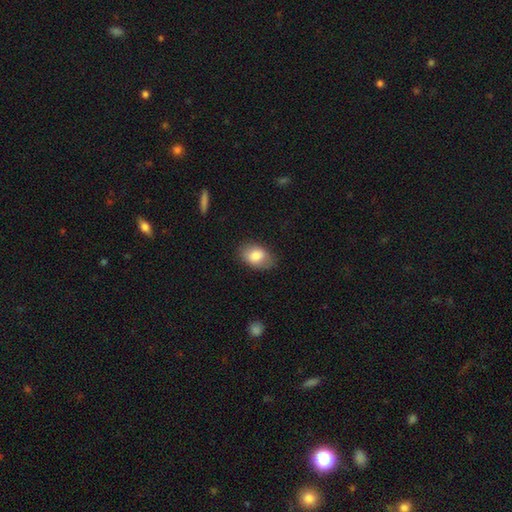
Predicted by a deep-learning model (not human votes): The model was most divided on "merging": none: 75%, minor disturbance: 19%, major disturbance: 5%, merger: 1%. More confident: how rounded — in between (84%); smooth or featured — smooth (82%).